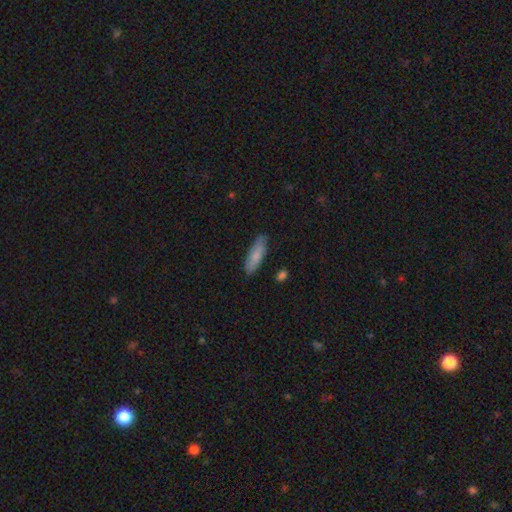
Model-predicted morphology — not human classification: type=smooth (79%); roundness=cigar-shaped (49%, tied with in between); merging=none (83%).